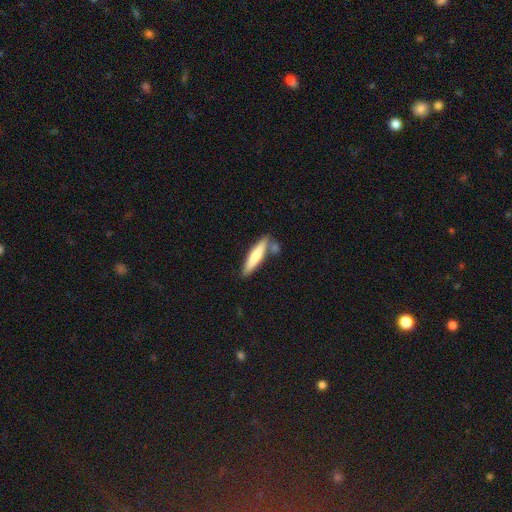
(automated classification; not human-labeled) smooth-or-featured: smooth: 68% | featured or disk: 26% | star or artifact: 5%
  how-rounded: cigar-shaped: 84% | in between: 15% | round: 2%
  merging: none: 69% | merger: 14% | minor disturbance: 13% | major disturbance: 3%